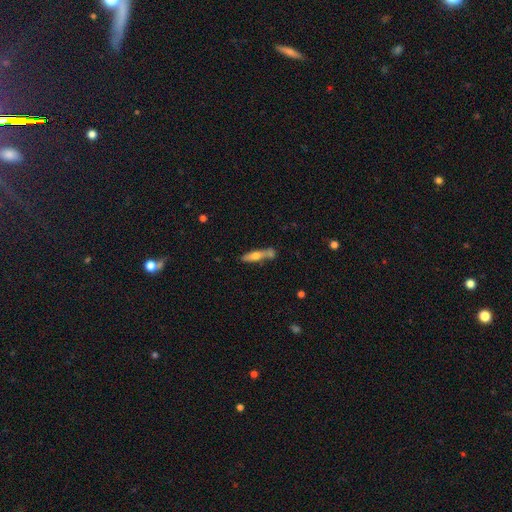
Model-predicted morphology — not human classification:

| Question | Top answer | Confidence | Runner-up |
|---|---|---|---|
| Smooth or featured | smooth | 51% | featured or disk (43%) |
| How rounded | cigar-shaped | 76% | in between (21%) |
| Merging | none | 58% | merger (20%) |